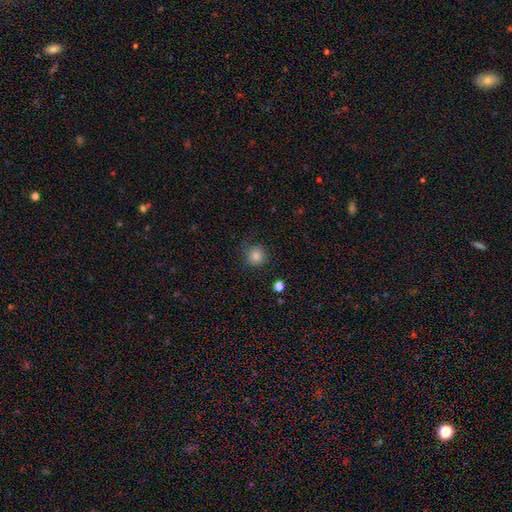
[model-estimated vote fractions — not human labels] Q: Smooth or featured?
A: smooth (81%); runner-up: star or artifact (12%)
Q: How rounded?
A: round (94%); runner-up: in between (5%)
Q: Merging?
A: none (79%); runner-up: minor disturbance (15%)